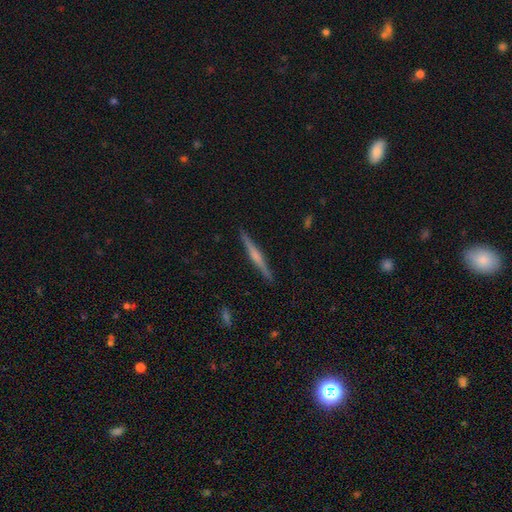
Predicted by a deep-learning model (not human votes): smooth-or-featured: featured or disk: 65% | smooth: 29% | star or artifact: 6%
  disk-edge-on: yes: 98% | no: 2%
    edge-on-bulge: rounded: 51% | none: 30% | boxy: 19%
  merging: none: 92% | minor disturbance: 6% | major disturbance: 1% | merger: 1%